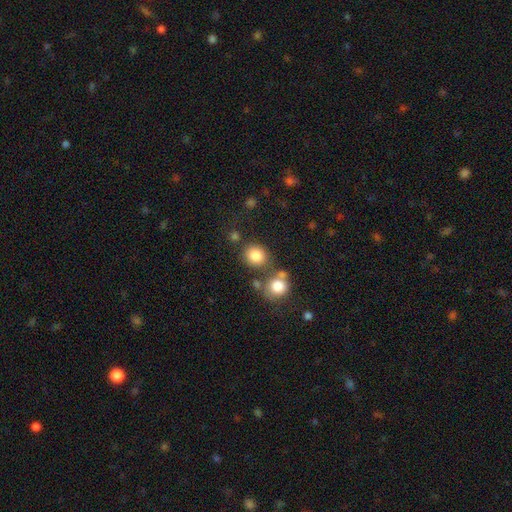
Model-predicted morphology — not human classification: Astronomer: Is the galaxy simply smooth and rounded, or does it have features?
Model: smooth — 84%.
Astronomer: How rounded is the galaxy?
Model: round — 82%.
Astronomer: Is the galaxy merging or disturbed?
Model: none — 70%.